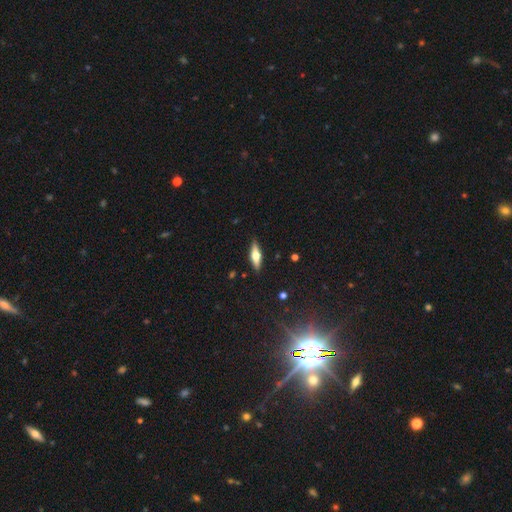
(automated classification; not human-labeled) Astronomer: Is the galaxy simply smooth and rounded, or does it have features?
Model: featured or disk — 51% (runner-up: smooth, 42%).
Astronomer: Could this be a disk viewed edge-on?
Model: yes — 93%.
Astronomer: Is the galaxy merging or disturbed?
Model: none — 88%.